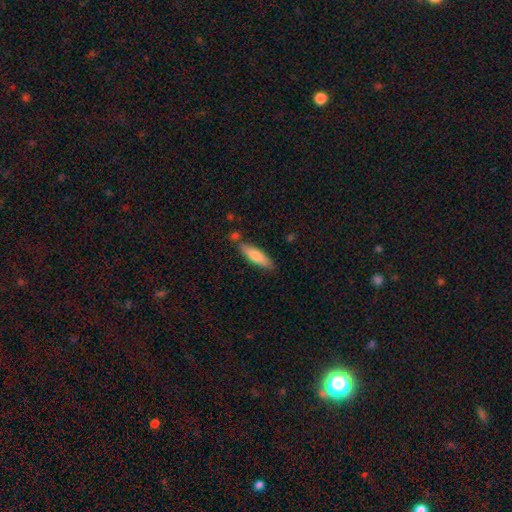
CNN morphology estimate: Overall: smooth (76%). How rounded: cigar-shaped (67%; in between 31%). Merging: none (77%).